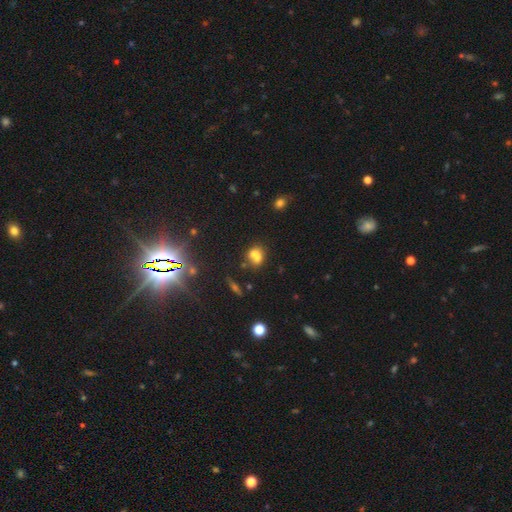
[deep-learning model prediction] Smooth or featured? smooth (65%)
How rounded? round (57%)
Merging? merger (51%)